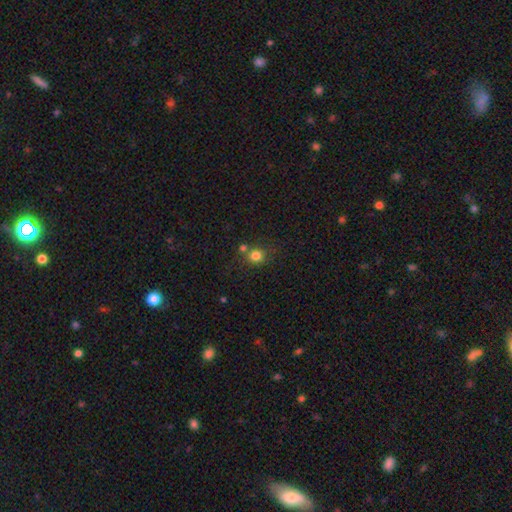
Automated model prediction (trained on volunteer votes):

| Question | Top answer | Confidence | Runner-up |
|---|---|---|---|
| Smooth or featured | smooth | 80% | star or artifact (13%) |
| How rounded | round | 83% | in between (16%) |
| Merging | none | 64% | merger (22%) |